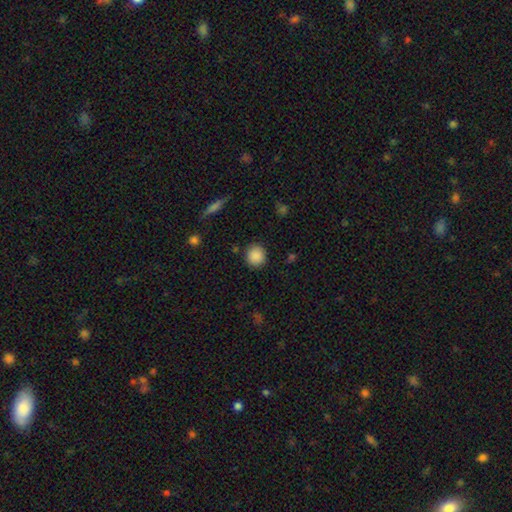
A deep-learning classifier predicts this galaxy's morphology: smooth 88%, star or artifact 9%, featured or disk 4%. Down the decision tree: how rounded — round (87%); merging — none (88%).